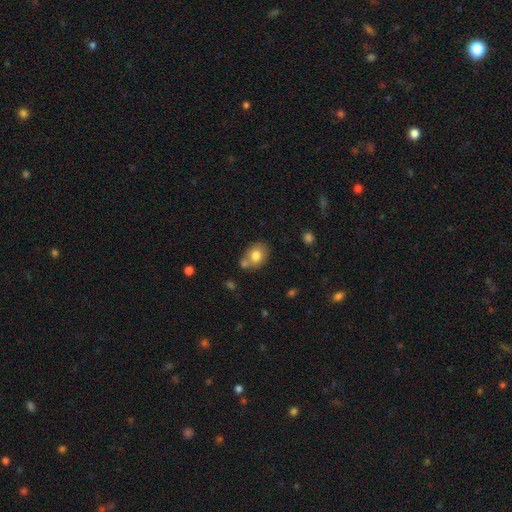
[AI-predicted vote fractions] Overall: smooth (79%). How rounded: in between (61%; round 38%). Merging: none (59%; merger 22%).